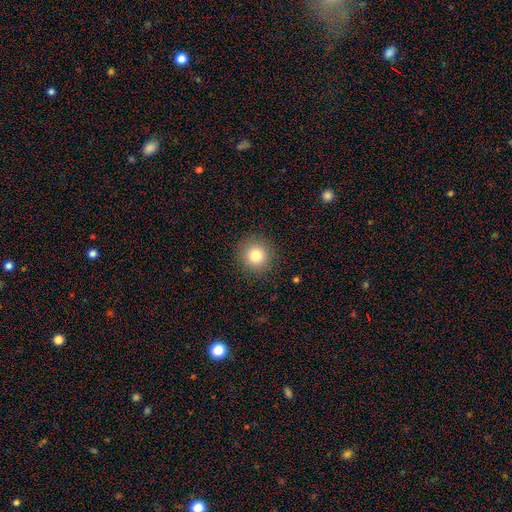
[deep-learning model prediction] Q: Smooth or featured?
A: smooth (80%); runner-up: star or artifact (11%)
Q: How rounded?
A: round (94%); runner-up: in between (5%)
Q: Merging?
A: none (90%); runner-up: minor disturbance (7%)